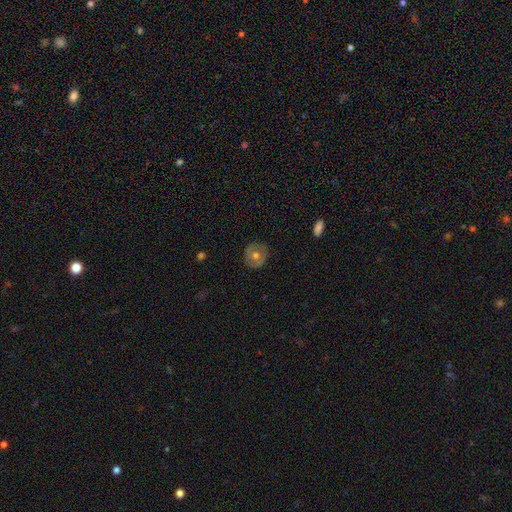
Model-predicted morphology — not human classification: The model was most divided on "smooth or featured": smooth: 50%, featured or disk: 42%, star or artifact: 8%. More confident: how rounded — round (89%); merging — none (85%).